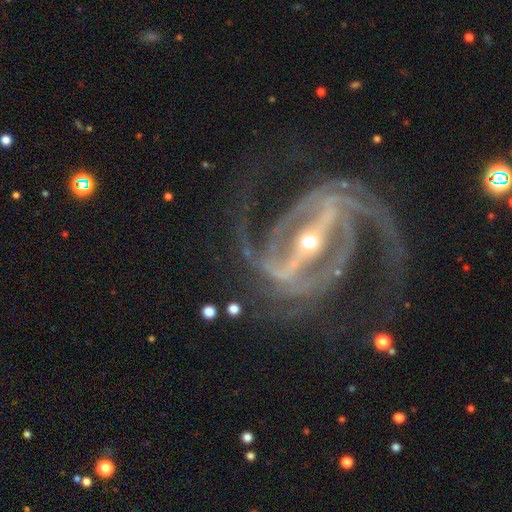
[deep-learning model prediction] smooth_or_featured: featured or disk (p=0.94) [alt: star or artifact p=0.05]
disk_edge_on: no (p=0.96) [alt: yes p=0.04]
bar: strong (p=0.86) [alt: weak p=0.10]
has_spiral_arms: yes (p=0.98) [alt: no p=0.02]
spiral_winding: medium (p=0.54) [alt: tight p=0.29]
spiral_arm_count: 2 (p=0.66) [alt: 3 p=0.13]
bulge_size: small (p=0.65) [alt: moderate p=0.31]
merging: none (p=0.65) [alt: major disturbance p=0.17]